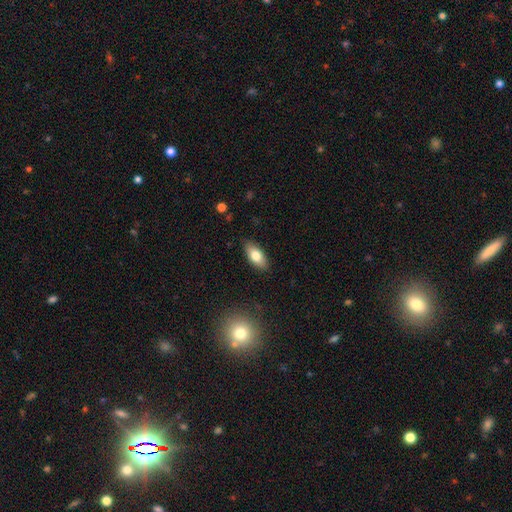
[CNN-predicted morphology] Smooth or featured? smooth (76%)
How rounded? in between (85%)
Merging? none (87%)